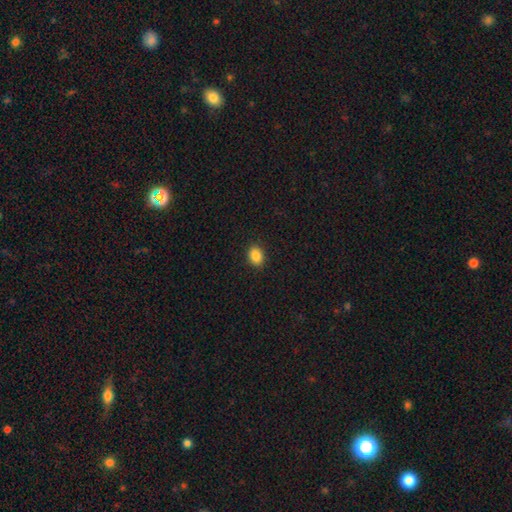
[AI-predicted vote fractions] smooth 87%, star or artifact 9%, featured or disk 4%. Down the decision tree: how rounded — in between (58%); merging — none (91%).